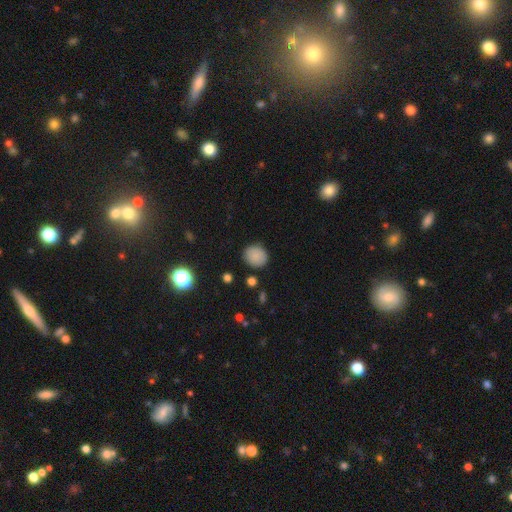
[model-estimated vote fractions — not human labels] Overall: smooth (85%). How rounded: round (81%). Merging: none (86%).